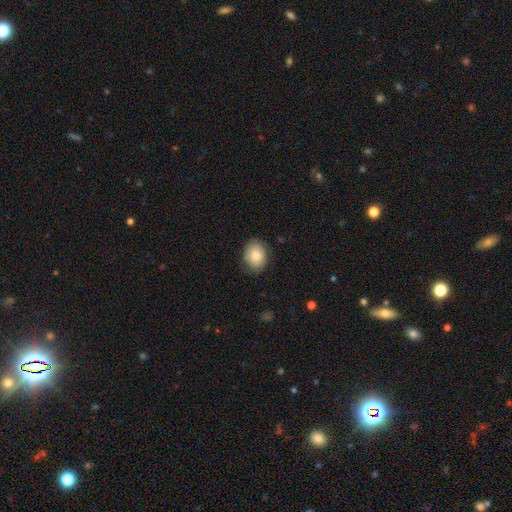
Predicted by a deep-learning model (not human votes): smooth-or-featured: smooth: 83% | featured or disk: 10% | star or artifact: 7%
  how-rounded: in between: 59% | round: 41% | cigar-shaped: 1%
  merging: none: 81% | minor disturbance: 15% | major disturbance: 3% | merger: 1%